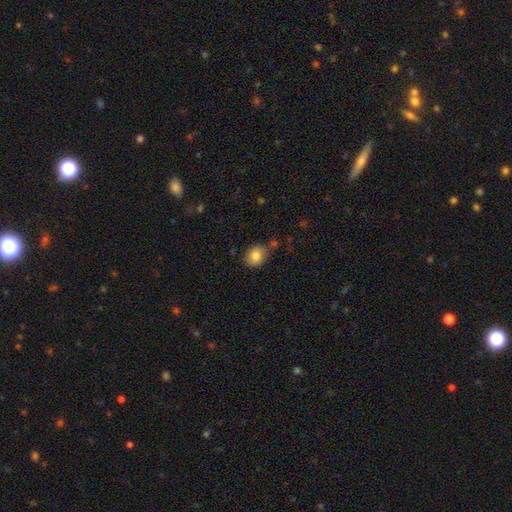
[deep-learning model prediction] smooth_or_featured: smooth (p=0.83) [alt: star or artifact p=0.09]
how_rounded: round (p=0.52) [alt: in between p=0.47]
merging: none (p=0.74) [alt: minor disturbance p=0.17]